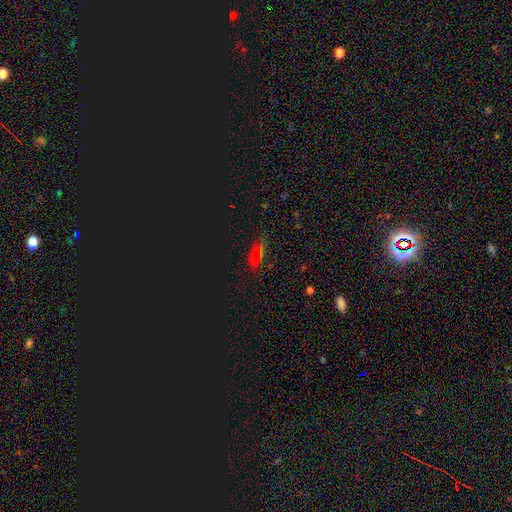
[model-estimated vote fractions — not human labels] smooth_or_featured: smooth (p=0.51) [alt: star or artifact p=0.40]
how_rounded: in between (p=0.79) [alt: cigar-shaped p=0.12]
merging: none (p=0.72) [alt: minor disturbance p=0.18]